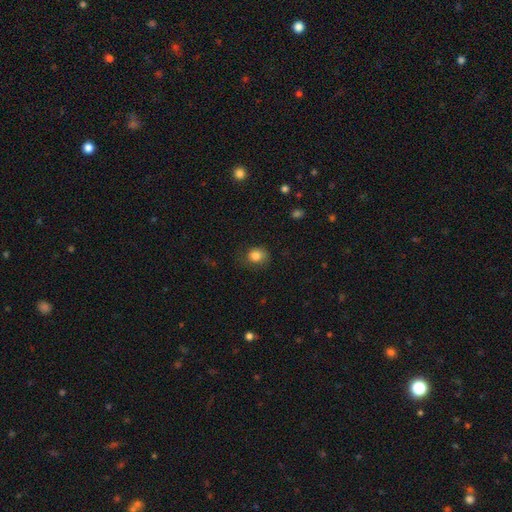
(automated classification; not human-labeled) This appears to be a smooth galaxy with no disk features (83%) that is round (68%). Merging: none (69%).